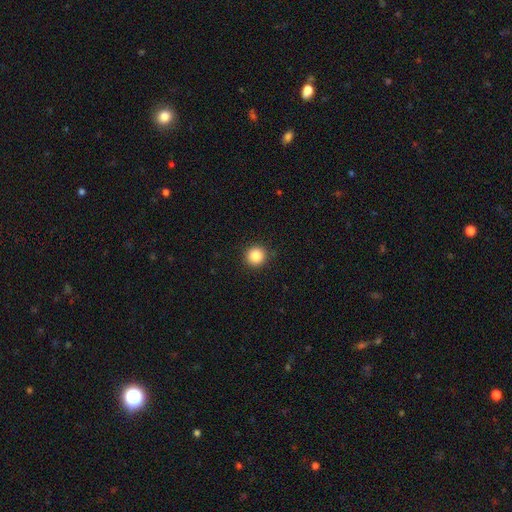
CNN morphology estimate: A smooth galaxy with no disk features (86%) that is round (94%).

Vote fractions:
- Smooth or featured? smooth: 86% / star or artifact: 10% / featured or disk: 4%
- How rounded? round: 94% / in between: 5% / cigar-shaped: 1%
- Merging? none: 91% / minor disturbance: 6% / major disturbance: 2% / merger: 1%